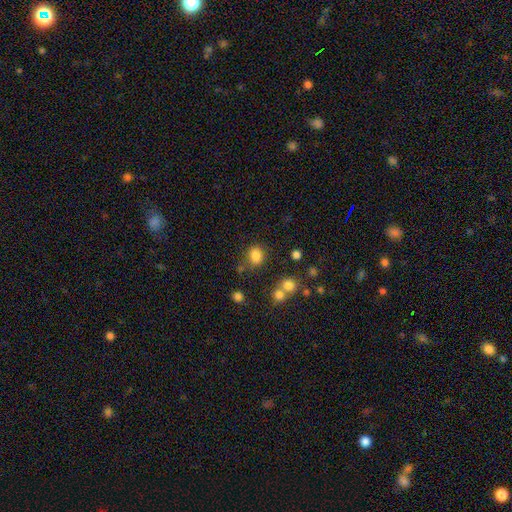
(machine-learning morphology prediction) smooth 82%, star or artifact 13%, featured or disk 5%. Down the decision tree: how rounded — round (67%); merging — none (69%).